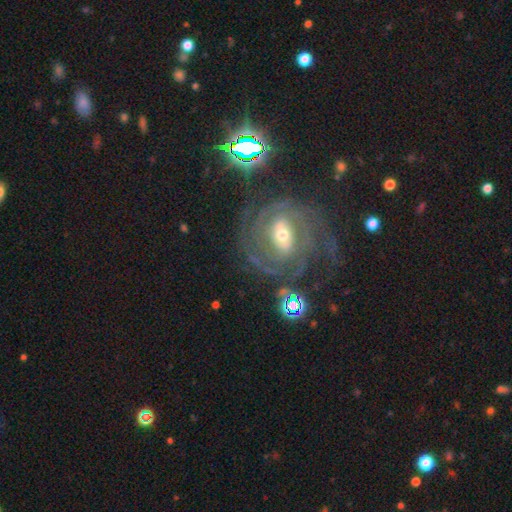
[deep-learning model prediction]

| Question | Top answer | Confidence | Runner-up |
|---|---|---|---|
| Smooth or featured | featured or disk | 84% | star or artifact (10%) |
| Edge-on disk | no | 96% | yes (4%) |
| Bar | weak | 44% | strong (39%) |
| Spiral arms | yes | 95% | no (5%) |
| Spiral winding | tight | 64% | medium (30%) |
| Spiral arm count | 2 | 29% | can't tell (27%) |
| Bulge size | small | 48% | moderate (47%) |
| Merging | none | 69% | minor disturbance (15%) |